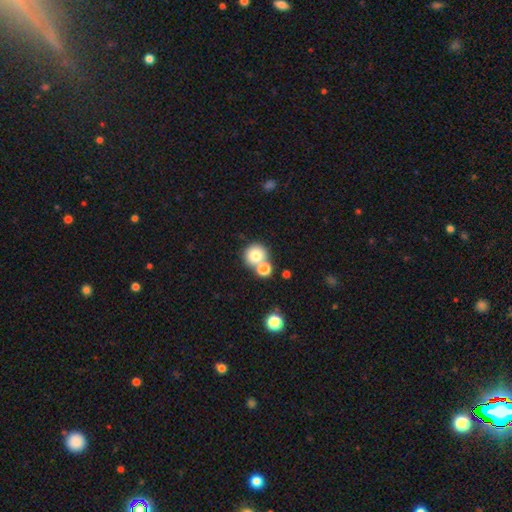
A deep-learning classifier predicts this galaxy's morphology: A smooth galaxy with no disk features (79%) that is round (89%).

Vote fractions:
- Smooth or featured? smooth: 79% / star or artifact: 11% / featured or disk: 10%
- How rounded? round: 89% / in between: 10% / cigar-shaped: 1%
- Merging? none: 53% / merger: 37% / minor disturbance: 7% / major disturbance: 3%